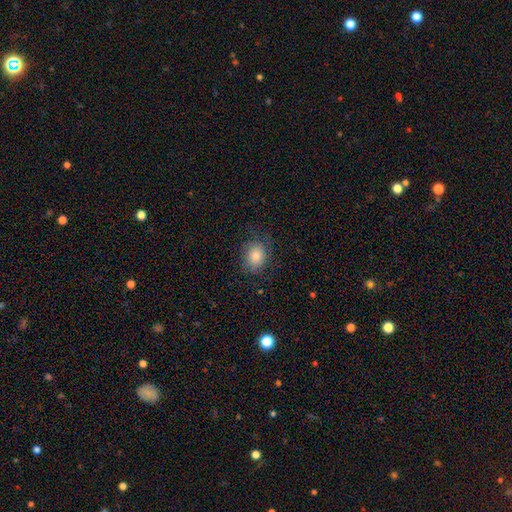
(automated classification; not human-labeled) The model was most divided on "how rounded": in between: 53%, round: 46%, cigar-shaped: 1%. More confident: smooth or featured — smooth (75%); merging — none (70%).